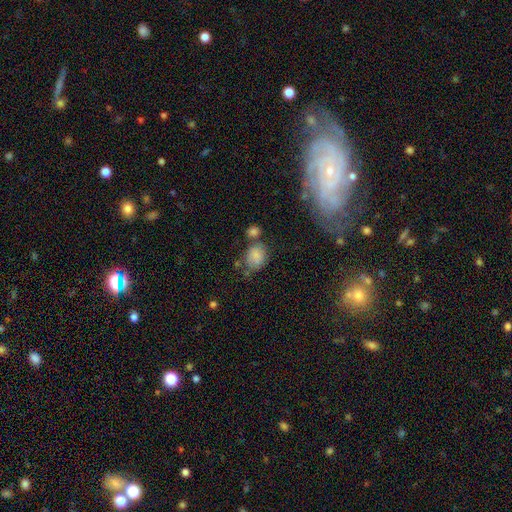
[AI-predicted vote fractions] A smooth galaxy with no disk features (79%) that is round (52%).

Vote fractions:
- Smooth or featured? smooth: 79% / featured or disk: 11% / star or artifact: 10%
- How rounded? round: 52% / in between: 47% / cigar-shaped: 1%
- Merging? none: 51% / merger: 21% / minor disturbance: 19% / major disturbance: 9%